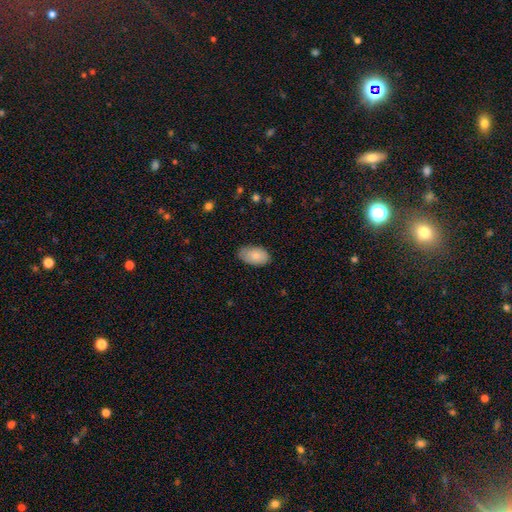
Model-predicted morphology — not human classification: The model was most divided on "merging": none: 78%, minor disturbance: 18%, major disturbance: 3%, merger: 1%. More confident: how rounded — in between (94%); smooth or featured — smooth (83%).